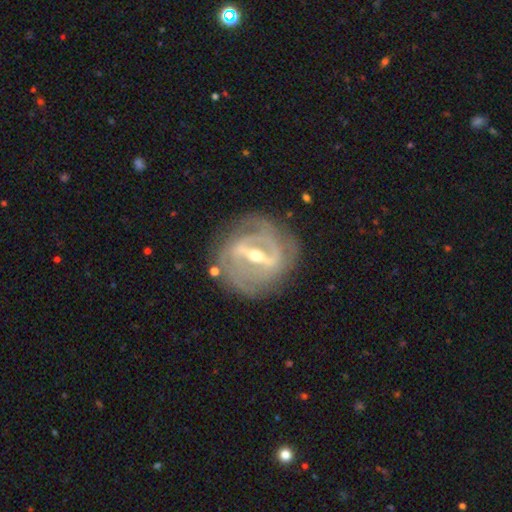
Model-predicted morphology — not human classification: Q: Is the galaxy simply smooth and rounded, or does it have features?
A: featured or disk — 89%.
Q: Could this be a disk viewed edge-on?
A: no — 91%.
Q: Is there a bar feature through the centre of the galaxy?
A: strong — 78%.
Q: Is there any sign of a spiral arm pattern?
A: yes — 86%.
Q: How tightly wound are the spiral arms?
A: tight — 66%.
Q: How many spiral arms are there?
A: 2 — 39%.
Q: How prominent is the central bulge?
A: moderate — 54%.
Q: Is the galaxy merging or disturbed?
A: none — 78%.